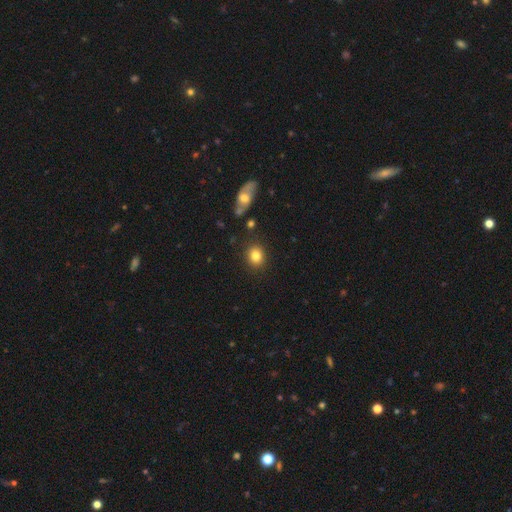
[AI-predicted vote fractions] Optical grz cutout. It shows a smooth galaxy with no disk features (83%) that is round (74%). Merging: none (88%).